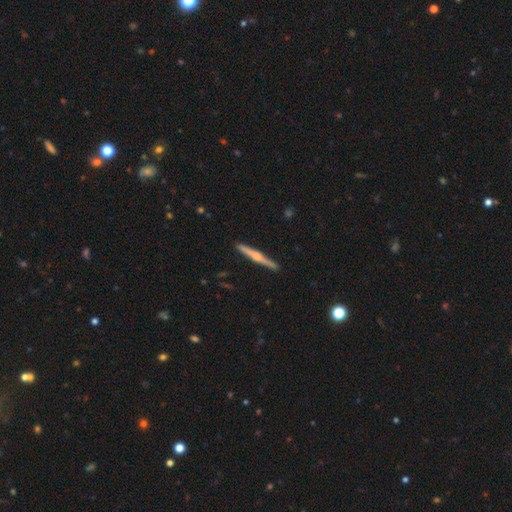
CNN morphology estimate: Q: Smooth or featured?
A: featured or disk (72%); runner-up: smooth (23%)
Q: Edge-on disk?
A: yes (98%); runner-up: no (2%)
Q: Edge-on bulge?
A: rounded (84%); runner-up: boxy (9%)
Q: Merging?
A: none (92%); runner-up: minor disturbance (6%)